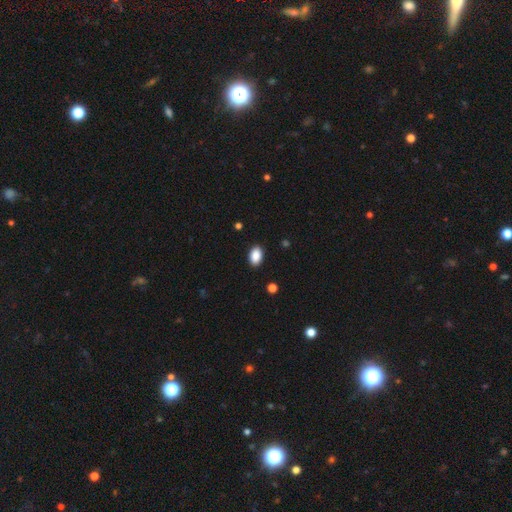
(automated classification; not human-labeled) Overall: smooth (89%). How rounded: in between (88%). Merging: none (88%).